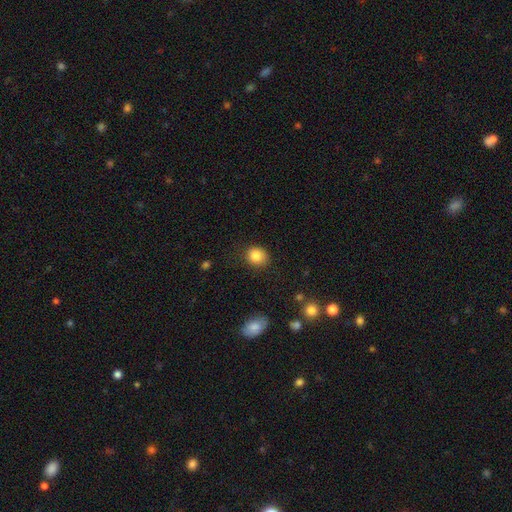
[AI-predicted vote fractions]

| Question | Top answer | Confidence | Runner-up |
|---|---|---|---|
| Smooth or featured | smooth | 84% | star or artifact (10%) |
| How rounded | round | 77% | in between (22%) |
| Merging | none | 84% | minor disturbance (11%) |